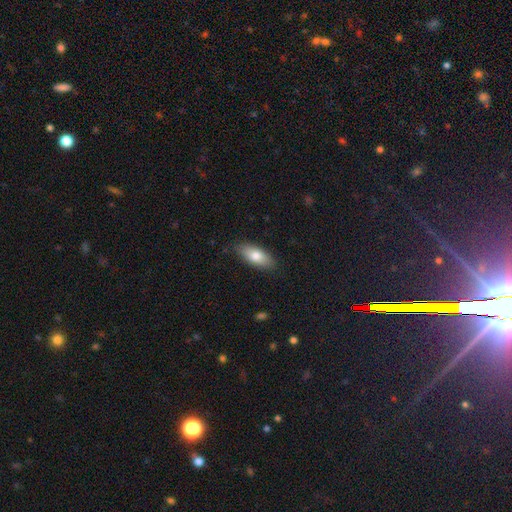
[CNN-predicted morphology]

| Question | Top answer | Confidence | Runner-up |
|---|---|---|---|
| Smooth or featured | smooth | 77% | featured or disk (17%) |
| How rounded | in between | 82% | cigar-shaped (15%) |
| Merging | none | 85% | minor disturbance (12%) |